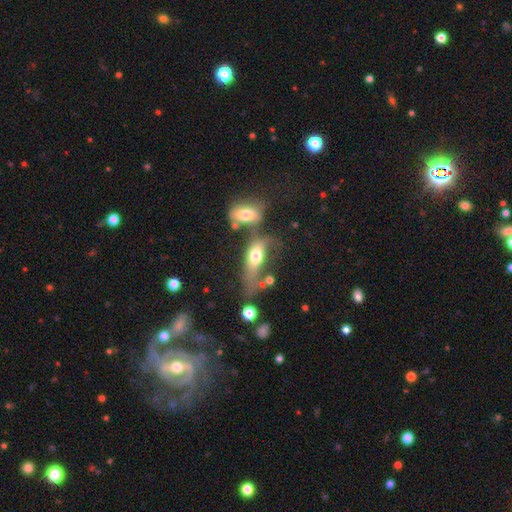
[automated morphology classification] This is possibly a smooth galaxy (59%). How rounded: likely in between (74%). Merging: marginally merger (41%).